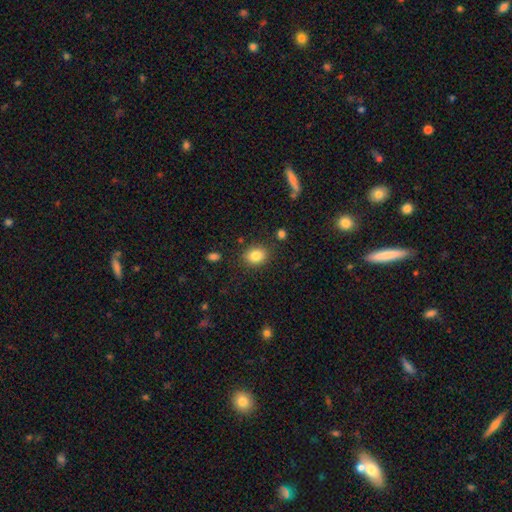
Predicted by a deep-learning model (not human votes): A smooth galaxy with no disk features (83%) that is in between round and cigar-shaped (52%). Merging: none (84%).